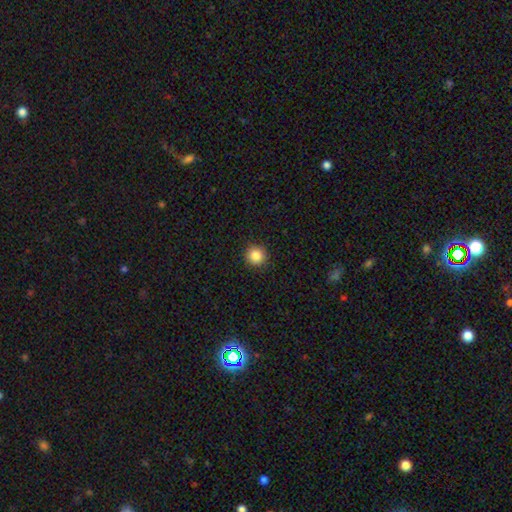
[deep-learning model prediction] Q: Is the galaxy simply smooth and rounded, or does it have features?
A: smooth — 85%.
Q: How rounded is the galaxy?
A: round — 95%.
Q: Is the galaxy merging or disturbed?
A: none — 92%.